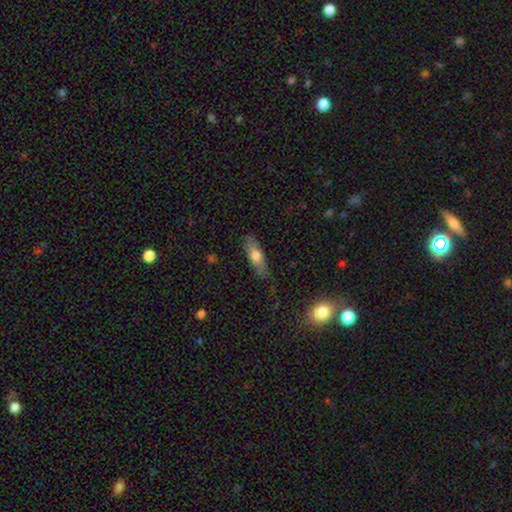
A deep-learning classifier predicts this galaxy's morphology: Smooth or featured: smooth — 66% (featured or disk — 27%)
How rounded: in between — 51% (cigar-shaped — 46%)
Merging: none — 81% (minor disturbance — 14%)